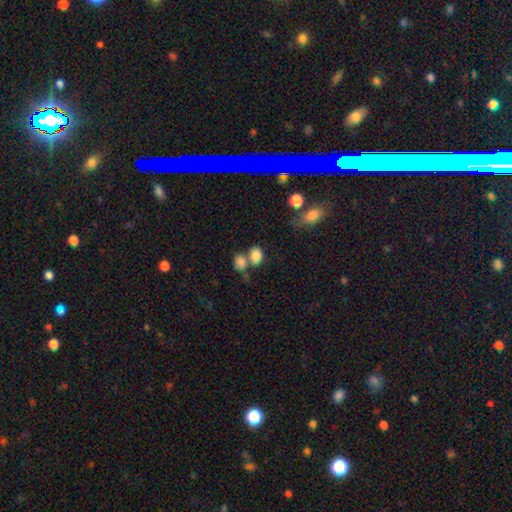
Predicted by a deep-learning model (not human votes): Overall: smooth (83%). How rounded: in between (64%; round 35%). Merging: merger (45%; none 38%).